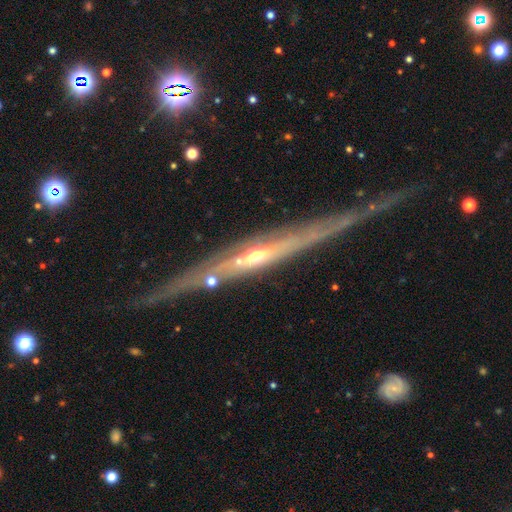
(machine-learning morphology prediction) type=featured or disk (76%); edge-on=yes (82%); edge-on bulge=rounded (70%); merging=none (70%).